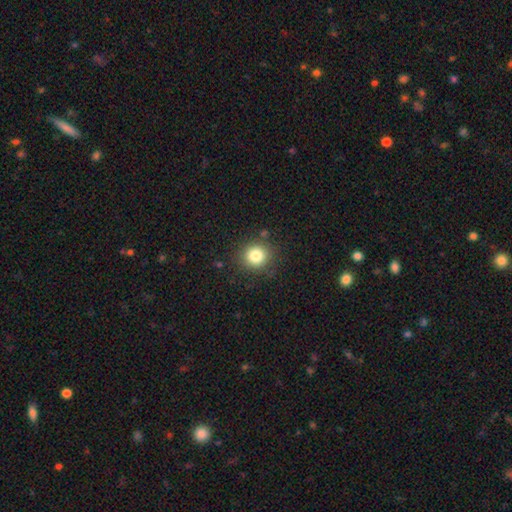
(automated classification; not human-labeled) The model was most divided on "smooth or featured": smooth: 82%, star or artifact: 12%, featured or disk: 6%. More confident: how rounded — round (90%); merging — none (86%).